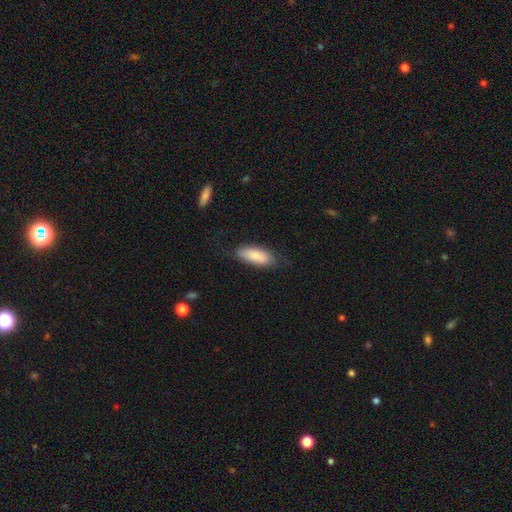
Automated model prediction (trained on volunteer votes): smooth-or-featured: smooth: 83% | featured or disk: 12% | star or artifact: 6%
  how-rounded: in between: 80% | cigar-shaped: 18% | round: 2%
  merging: none: 75% | minor disturbance: 19% | major disturbance: 5% | merger: 1%